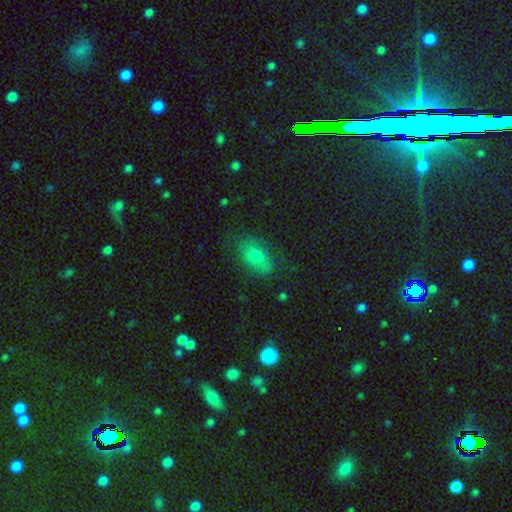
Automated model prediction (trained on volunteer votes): This is likely a smooth galaxy (75%). How rounded: clearly in between (86%). Merging: likely none (71%).